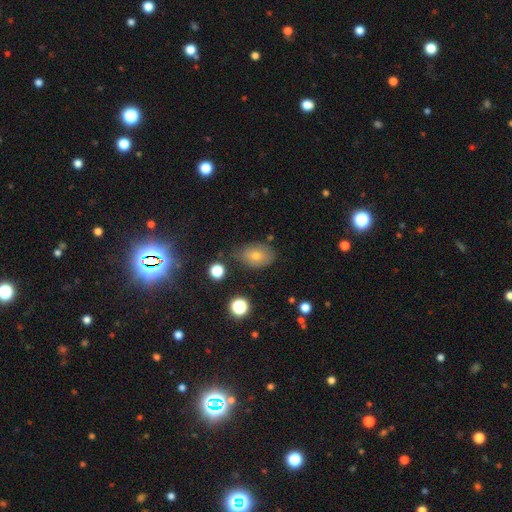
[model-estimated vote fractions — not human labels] smooth 62%, star or artifact 21%, featured or disk 17%. Down the decision tree: how rounded — in between (80%); merging — none (73%).